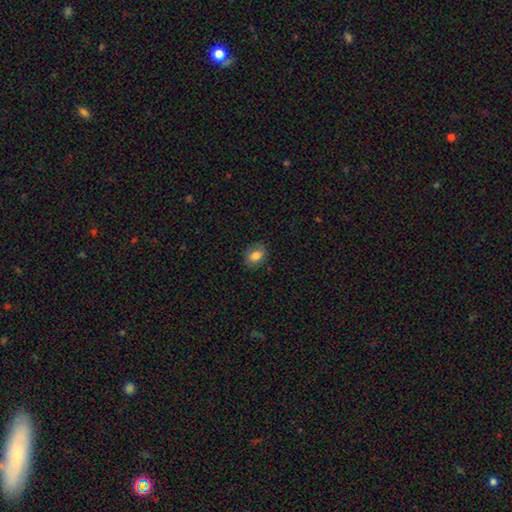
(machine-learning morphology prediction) Q: Smooth or featured?
A: smooth (79%); runner-up: featured or disk (13%)
Q: How rounded?
A: in between (79%); runner-up: round (19%)
Q: Merging?
A: none (81%); runner-up: minor disturbance (14%)